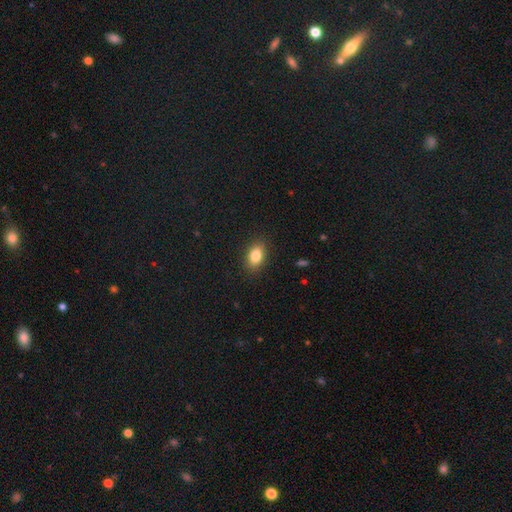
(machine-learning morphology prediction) A smooth galaxy with no disk features (84%) that is in between round and cigar-shaped (85%). Merging: none (88%).